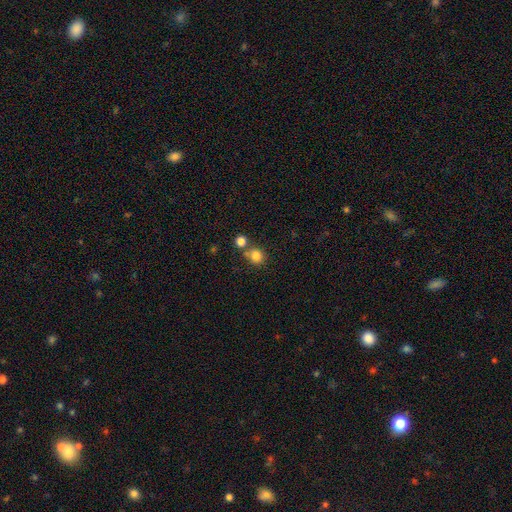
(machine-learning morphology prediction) Smooth or featured?
  - smooth: 81% *
  - star or artifact: 12%
  - featured or disk: 7%
How rounded?
  - round: 87% *
  - in between: 12%
  - cigar-shaped: 1%
Merging?
  - none: 62% *
  - merger: 27%
  - minor disturbance: 8%
  - major disturbance: 3%